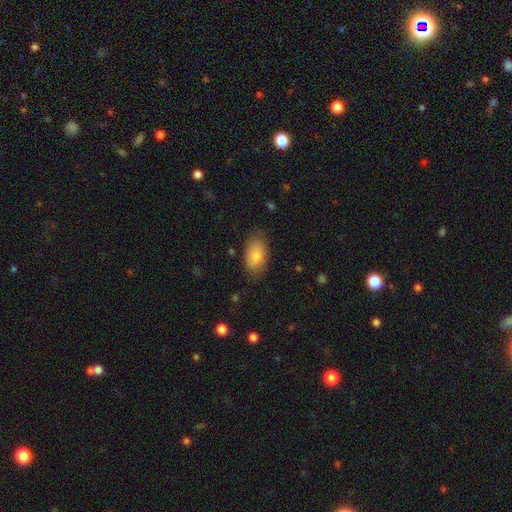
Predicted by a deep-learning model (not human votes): A smooth galaxy with no disk features (83%) that is in between round and cigar-shaped (93%).

Vote fractions:
- Smooth or featured? smooth: 83% / featured or disk: 11% / star or artifact: 7%
- How rounded? in between: 93% / round: 5% / cigar-shaped: 2%
- Merging? none: 80% / minor disturbance: 15% / major disturbance: 4% / merger: 1%